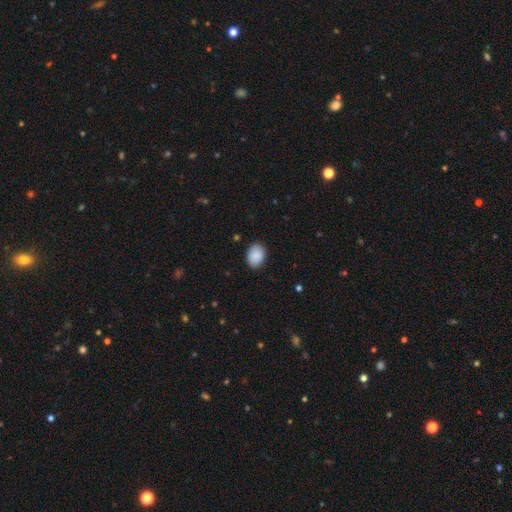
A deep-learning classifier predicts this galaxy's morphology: A smooth galaxy with no disk features (90%) that is in between round and cigar-shaped (77%).

Vote fractions:
- Smooth or featured? smooth: 90% / star or artifact: 7% / featured or disk: 4%
- How rounded? in between: 77% / round: 22% / cigar-shaped: 1%
- Merging? none: 85% / minor disturbance: 11% / major disturbance: 2% / merger: 1%